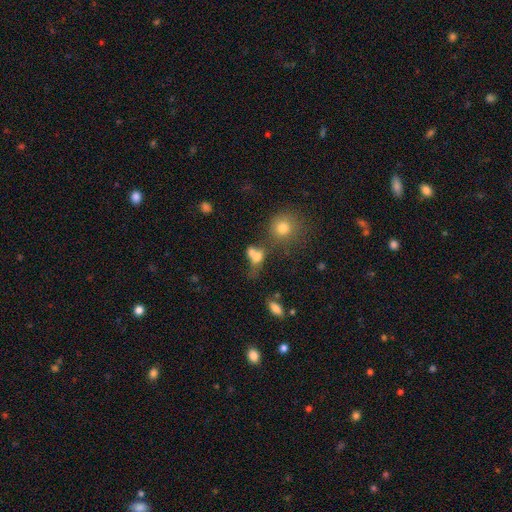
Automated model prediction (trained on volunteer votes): A smooth galaxy with no disk features (68%) that is in between round and cigar-shaped (56%).

Vote fractions:
- Smooth or featured? smooth: 68% / featured or disk: 16% / star or artifact: 15%
- How rounded? in between: 56% / round: 40% / cigar-shaped: 4%
- Merging? merger: 54% / none: 24% / minor disturbance: 11% / major disturbance: 11%